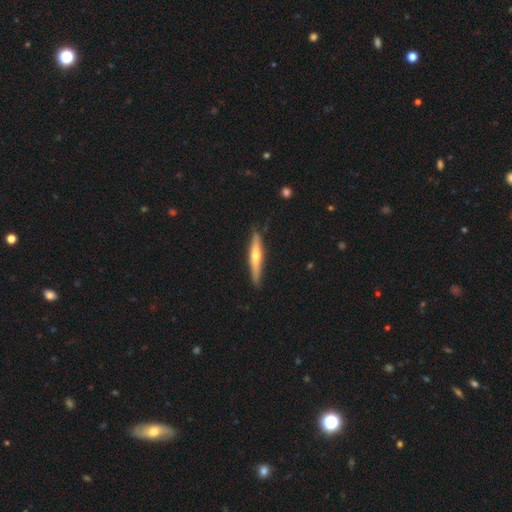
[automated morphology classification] A featured or disk galaxy (56%) viewed edge-on (94%) with a rounded central bulge (86%). Merging: none (85%).